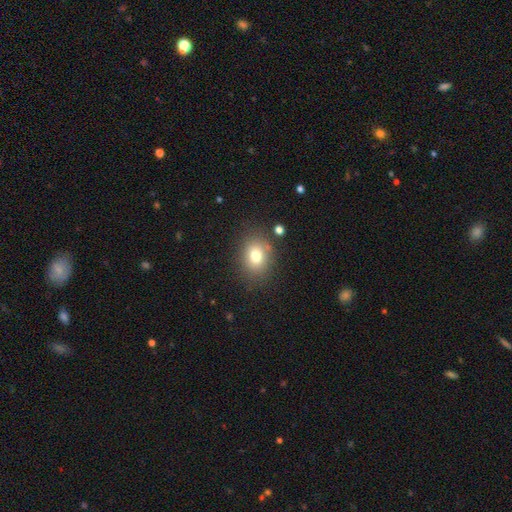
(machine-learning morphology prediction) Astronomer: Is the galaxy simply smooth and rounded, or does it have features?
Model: smooth — 76%.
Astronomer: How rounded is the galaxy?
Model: in between — 51% (runner-up: round, 48%).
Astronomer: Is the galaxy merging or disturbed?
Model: none — 80%.